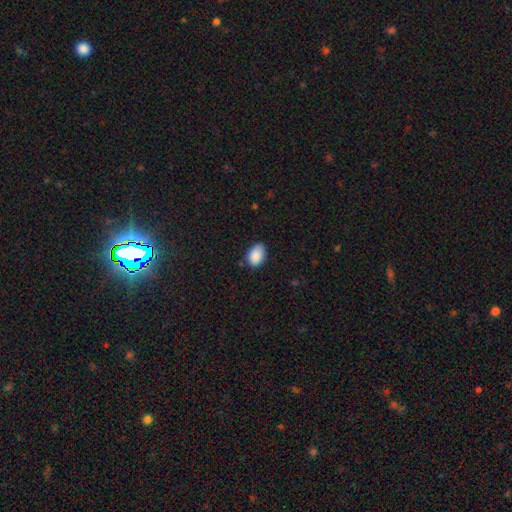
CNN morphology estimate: Q: Smooth or featured?
A: smooth (89%); runner-up: star or artifact (8%)
Q: How rounded?
A: in between (86%); runner-up: round (13%)
Q: Merging?
A: none (71%); runner-up: minor disturbance (24%)